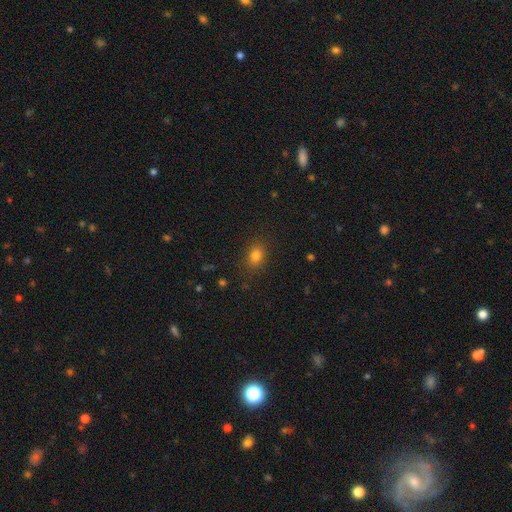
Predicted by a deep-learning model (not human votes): Smooth or featured? Predicted: smooth (p=0.80). How rounded? Predicted: in between (p=0.60). Merging? Predicted: none (p=0.85).